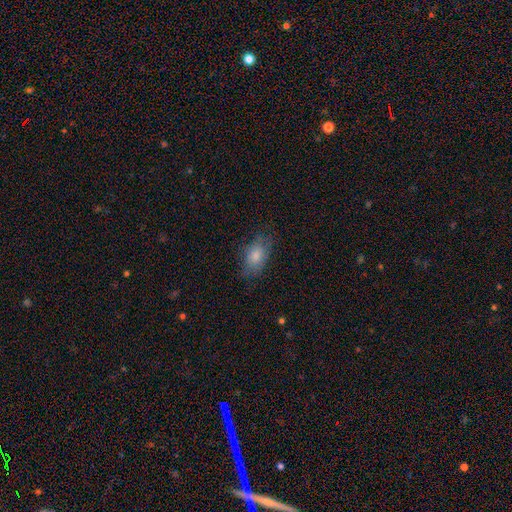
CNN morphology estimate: This is clearly a smooth galaxy (80%). How rounded: clearly in between (89%). Merging: likely none (73%).